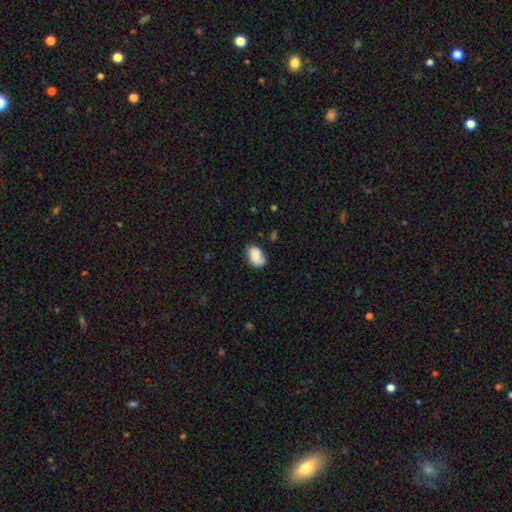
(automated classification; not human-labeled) This appears to be a smooth galaxy with no disk features (77%) that is in between round and cigar-shaped (86%). Merging: none (68%).